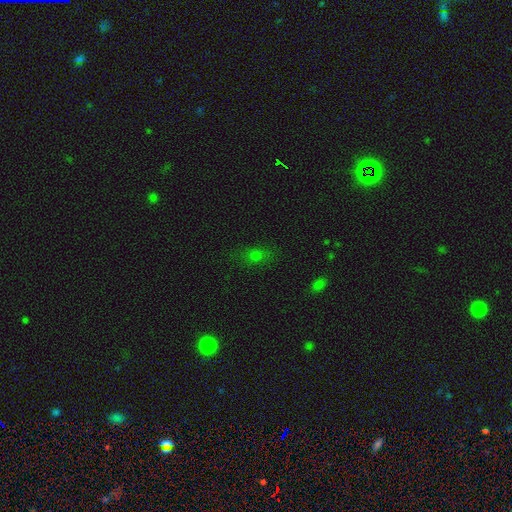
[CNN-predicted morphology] Smooth or featured? smooth (66%)
How rounded? in between (59%)
Merging? none (77%)